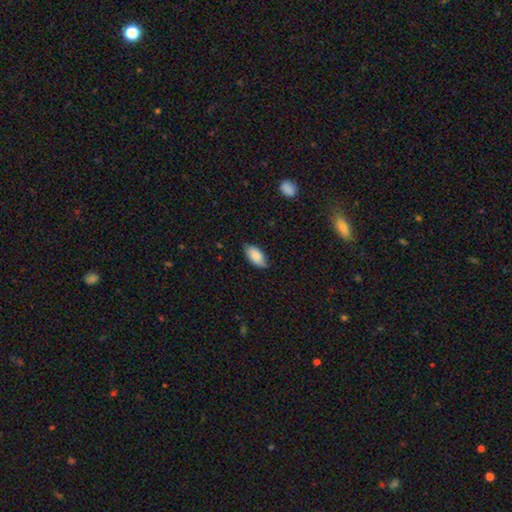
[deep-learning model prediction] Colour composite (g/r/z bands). It shows a smooth galaxy with no disk features (84%) that is in between round and cigar-shaped (93%). Merging: none (78%).